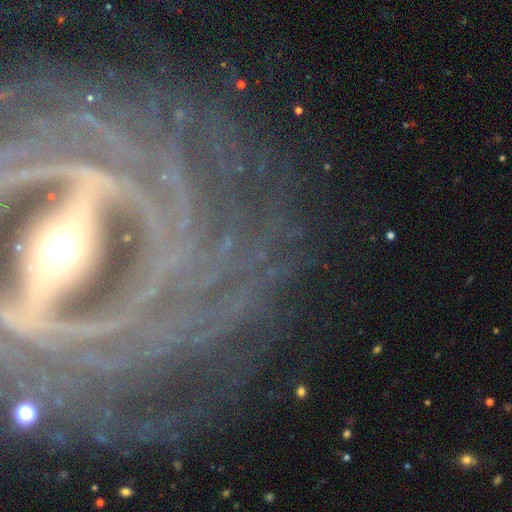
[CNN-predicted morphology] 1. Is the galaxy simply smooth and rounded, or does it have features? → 87% featured or disk, 8% star or artifact, 5% smooth.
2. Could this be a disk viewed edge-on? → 86% no, 14% yes.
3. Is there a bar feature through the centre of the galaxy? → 74% strong, 14% weak, 12% no.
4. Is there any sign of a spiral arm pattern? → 89% yes, 11% no.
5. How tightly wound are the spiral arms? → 71% tight, 21% medium, 8% loose.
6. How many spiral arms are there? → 26% can't tell, 20% more than 4, 19% 2, 13% 3, 12% 4, 10% 1.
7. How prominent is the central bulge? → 54% moderate, 32% small, 10% large, 3% dominant, 2% none.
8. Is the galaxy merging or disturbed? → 75% none, 12% minor disturbance, 10% major disturbance, 3% merger.